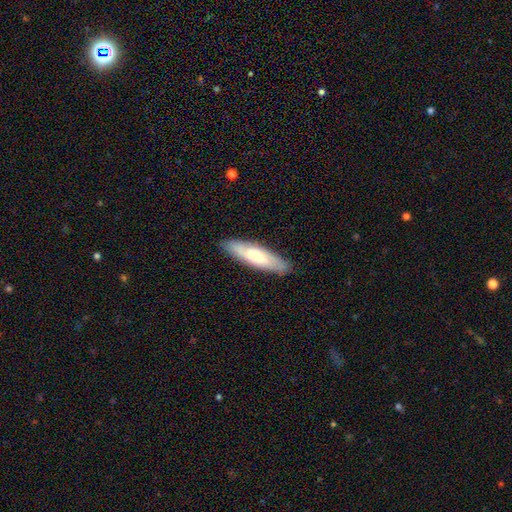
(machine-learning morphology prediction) This appears to be a smooth galaxy with no disk features (59%) that is cigar-shaped (66%). Merging: none (87%).